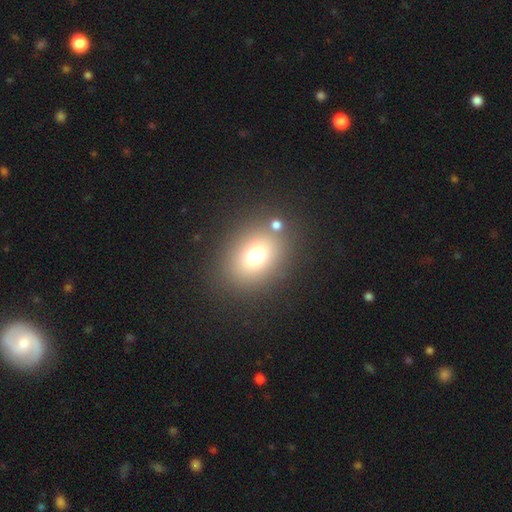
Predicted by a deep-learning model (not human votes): smooth 73%, star or artifact 16%, featured or disk 11%. Down the decision tree: how rounded — in between (50%); merging — none (80%).